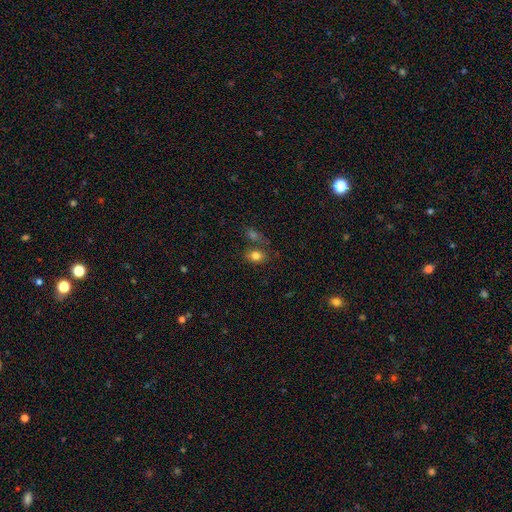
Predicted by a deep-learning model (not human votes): A smooth galaxy with no disk features (80%) that is in between round and cigar-shaped (71%).

Vote fractions:
- Smooth or featured? smooth: 80% / star or artifact: 11% / featured or disk: 9%
- How rounded? in between: 71% / round: 27% / cigar-shaped: 2%
- Merging? none: 62% / merger: 20% / minor disturbance: 14% / major disturbance: 5%